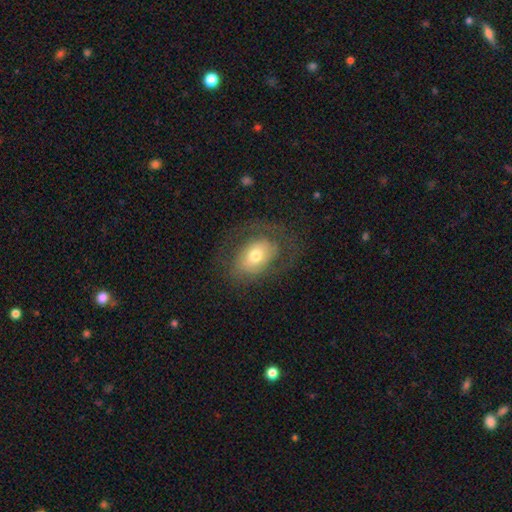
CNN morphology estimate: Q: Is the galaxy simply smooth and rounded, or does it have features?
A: smooth — 48%.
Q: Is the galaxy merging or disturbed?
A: none — 60%.